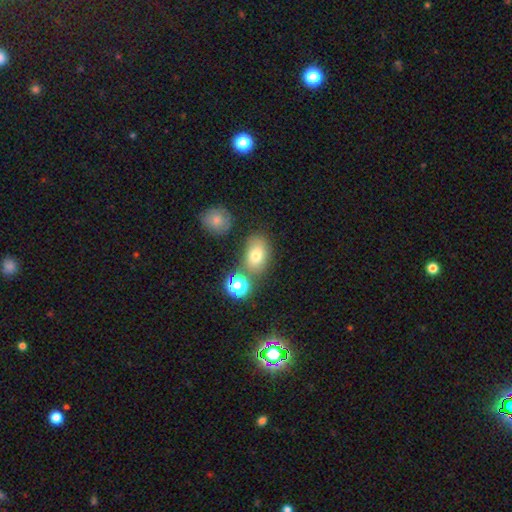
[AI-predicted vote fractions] Smooth or featured? Predicted: smooth (p=0.72). How rounded? Predicted: in between (p=0.74). Merging? Predicted: none (p=0.65).